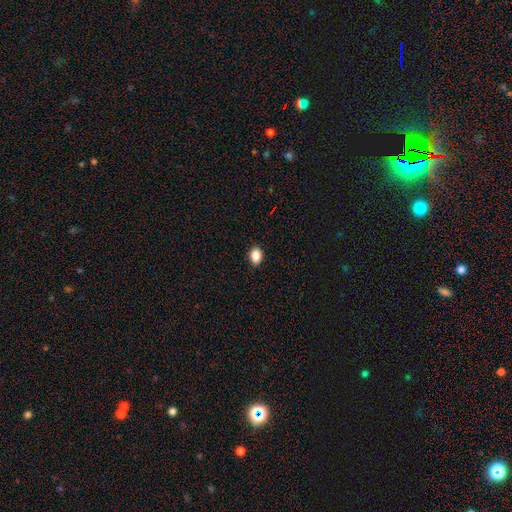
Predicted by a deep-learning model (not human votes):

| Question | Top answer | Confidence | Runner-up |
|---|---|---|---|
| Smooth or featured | smooth | 87% | star or artifact (9%) |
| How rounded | in between | 64% | round (35%) |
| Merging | none | 90% | minor disturbance (7%) |